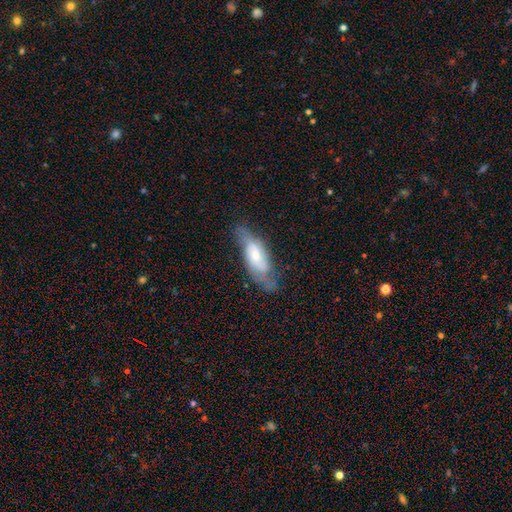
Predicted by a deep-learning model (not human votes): Q: Smooth or featured?
A: featured or disk (61%); runner-up: smooth (32%)
Q: Edge-on disk?
A: no (81%); runner-up: yes (19%)
Q: Merging?
A: none (63%); runner-up: minor disturbance (25%)